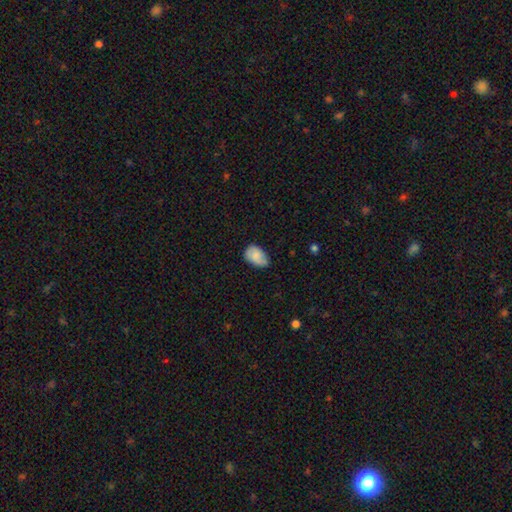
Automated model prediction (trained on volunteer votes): This appears to be a smooth galaxy with no disk features (71%) that is in between round and cigar-shaped (85%). Merging: none (56%).